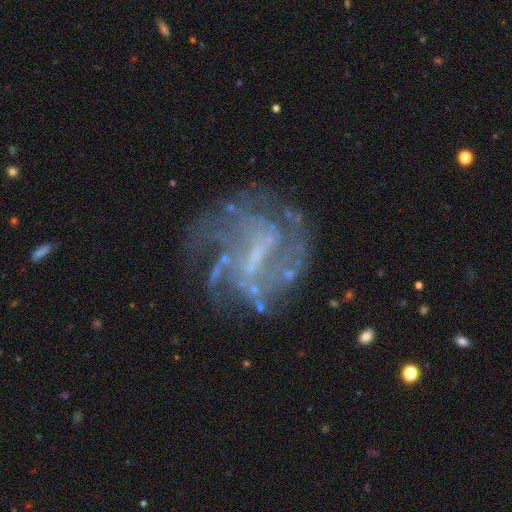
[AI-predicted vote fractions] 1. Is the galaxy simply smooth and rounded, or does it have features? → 81% featured or disk, 10% star or artifact, 9% smooth.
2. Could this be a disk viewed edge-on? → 97% no, 3% yes.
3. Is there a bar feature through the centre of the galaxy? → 48% weak, 27% no, 25% strong.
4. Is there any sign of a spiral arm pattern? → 79% yes, 21% no.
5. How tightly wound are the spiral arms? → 42% tight, 38% medium, 20% loose.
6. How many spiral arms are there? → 44% can't tell, 15% 3, 13% 2, 13% 4, 7% more than 4, 7% 1.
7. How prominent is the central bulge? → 45% none, 38% small, 14% moderate, 2% large, 1% dominant.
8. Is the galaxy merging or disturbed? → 60% none, 20% major disturbance, 17% minor disturbance, 3% merger.